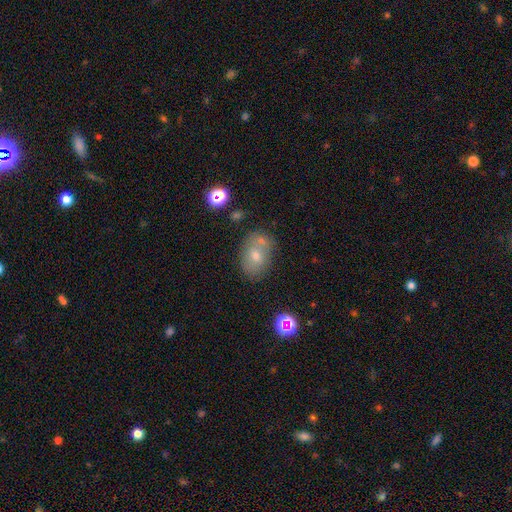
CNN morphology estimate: Smooth or featured? Predicted: smooth (p=0.62). How rounded? Predicted: in between (p=0.74). Merging? Predicted: none (p=0.60).